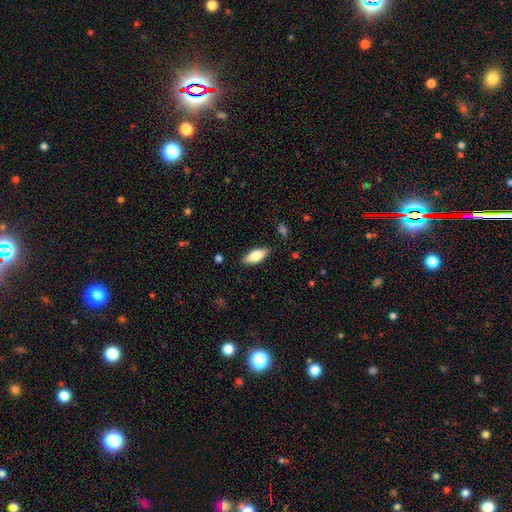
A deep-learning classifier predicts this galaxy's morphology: Q: Smooth or featured?
A: smooth (79%); runner-up: featured or disk (15%)
Q: How rounded?
A: in between (76%); runner-up: cigar-shaped (22%)
Q: Merging?
A: none (86%); runner-up: minor disturbance (10%)